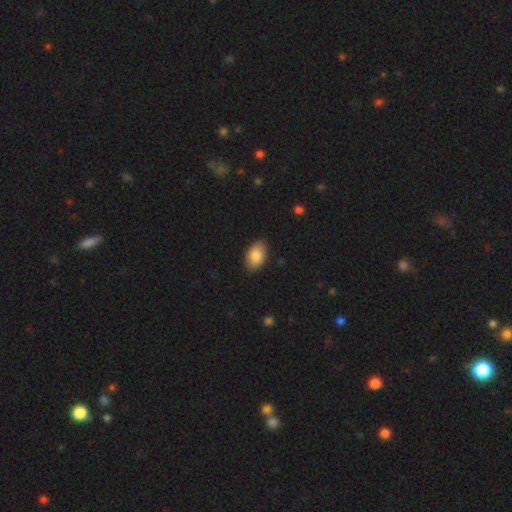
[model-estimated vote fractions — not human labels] Smooth or featured?
  - smooth: 86% *
  - featured or disk: 7%
  - star or artifact: 7%
How rounded?
  - in between: 91% *
  - round: 8%
  - cigar-shaped: 1%
Merging?
  - none: 86% *
  - minor disturbance: 11%
  - major disturbance: 2%
  - merger: 1%